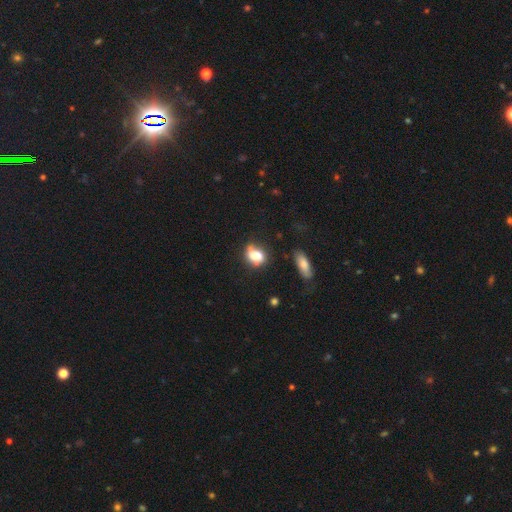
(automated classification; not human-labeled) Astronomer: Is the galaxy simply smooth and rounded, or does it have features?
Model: smooth — 69%.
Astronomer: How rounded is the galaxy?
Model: in between — 64%.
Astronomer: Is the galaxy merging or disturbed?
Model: none — 41% (runner-up: minor disturbance, 29%).